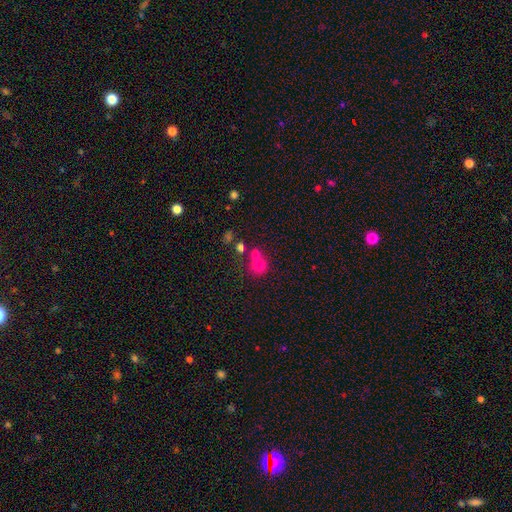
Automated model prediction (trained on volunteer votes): Smooth or featured: smooth — 72% (star or artifact — 17%)
How rounded: round — 85% (in between — 14%)
Merging: none — 46% (merger — 45%)